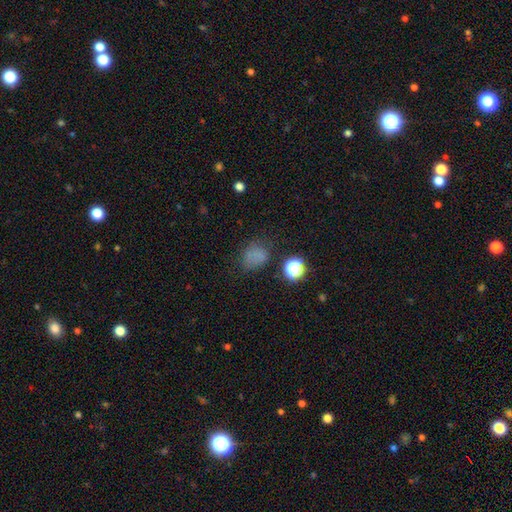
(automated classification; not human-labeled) Smooth or featured: smooth — 68% (star or artifact — 23%)
How rounded: round — 52% (in between — 47%)
Merging: none — 62% (minor disturbance — 23%)